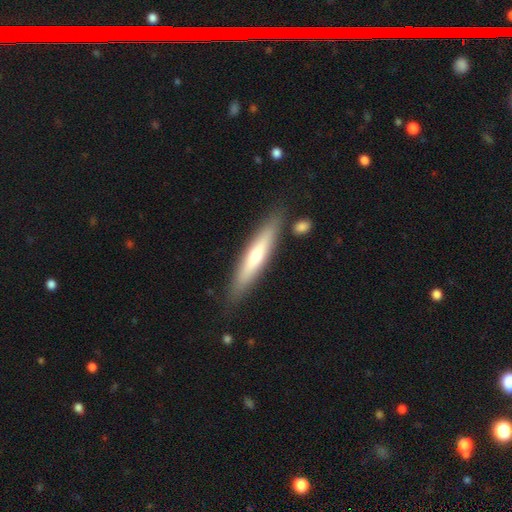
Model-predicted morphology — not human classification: Smooth or featured: smooth — 49% (featured or disk — 45%)
Merging: none — 85% (minor disturbance — 10%)